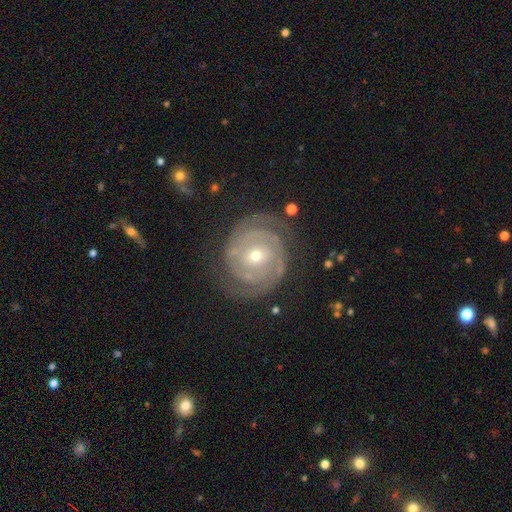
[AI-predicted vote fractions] This appears to be a featured or disk galaxy (88%) with no bar (68%), 2 (69%) tight (77%) spiral arms (97%) and a small central bulge (56%). Merging: none (79%).